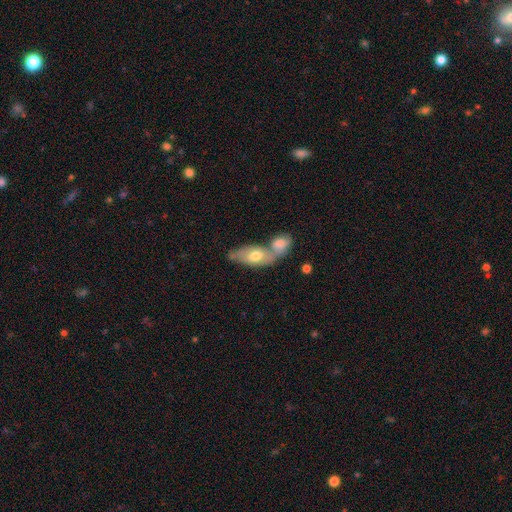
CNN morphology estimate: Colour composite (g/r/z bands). It shows a smooth galaxy with no disk features (57%) that is in between round and cigar-shaped (85%). Merging: merger (63%).